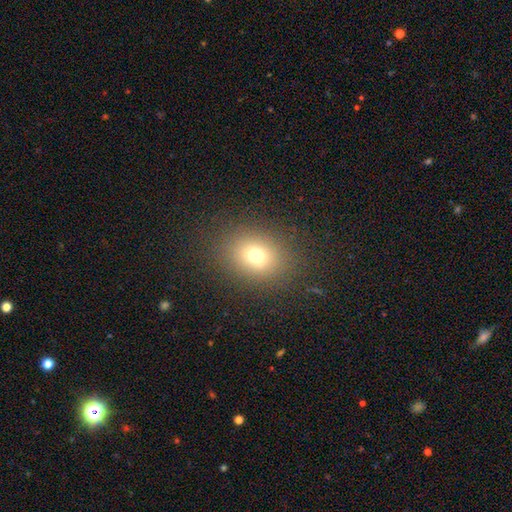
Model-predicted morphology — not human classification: smooth-or-featured: smooth: 72% | star or artifact: 17% | featured or disk: 12%
  how-rounded: round: 53% | in between: 46% | cigar-shaped: 1%
  merging: none: 85% | minor disturbance: 9% | major disturbance: 5% | merger: 1%